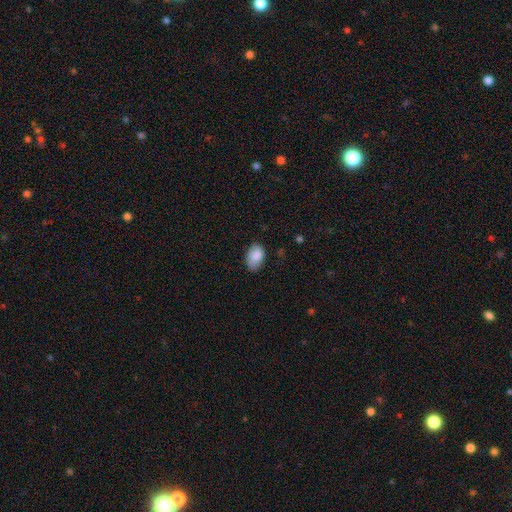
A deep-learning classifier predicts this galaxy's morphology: Q: Smooth or featured?
A: smooth (86%); runner-up: featured or disk (7%)
Q: How rounded?
A: in between (89%); runner-up: round (10%)
Q: Merging?
A: none (74%); runner-up: minor disturbance (21%)